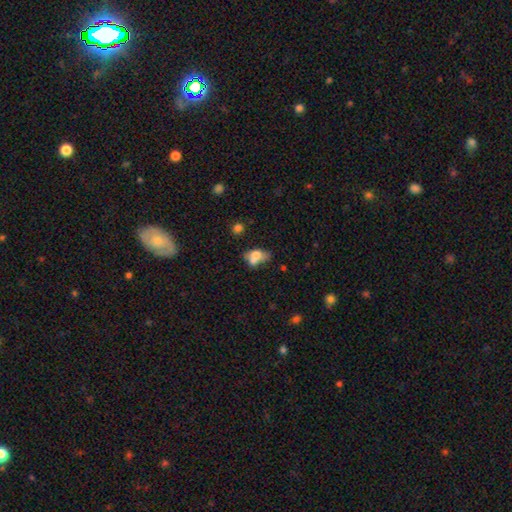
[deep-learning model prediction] The model was most divided on "merging": merger: 43%, none: 29%, minor disturbance: 17%, major disturbance: 10%. More confident: how rounded — in between (75%); smooth or featured — smooth (66%).